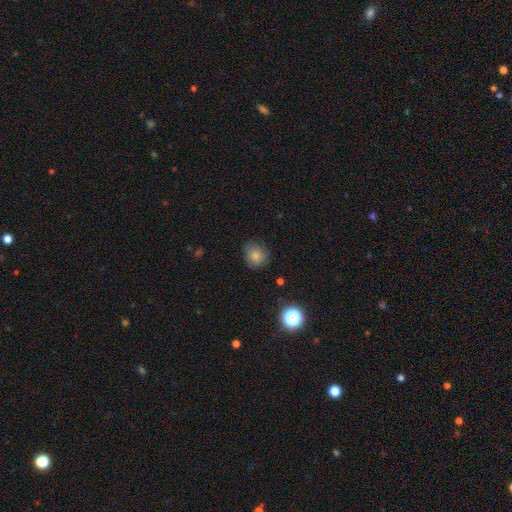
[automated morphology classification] Overall: smooth (79%). How rounded: round (84%). Merging: none (77%).